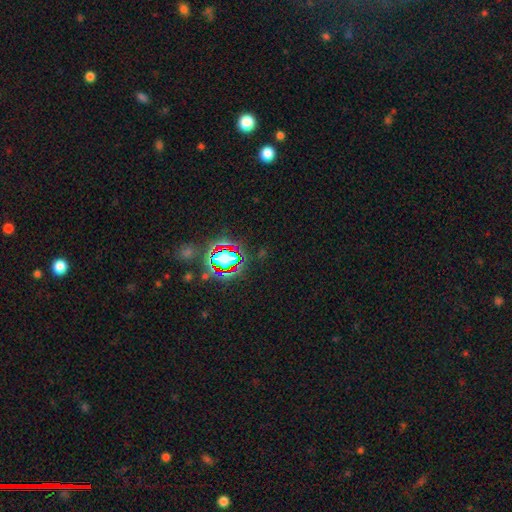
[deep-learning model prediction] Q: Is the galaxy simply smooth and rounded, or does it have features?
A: star or artifact — 77%.